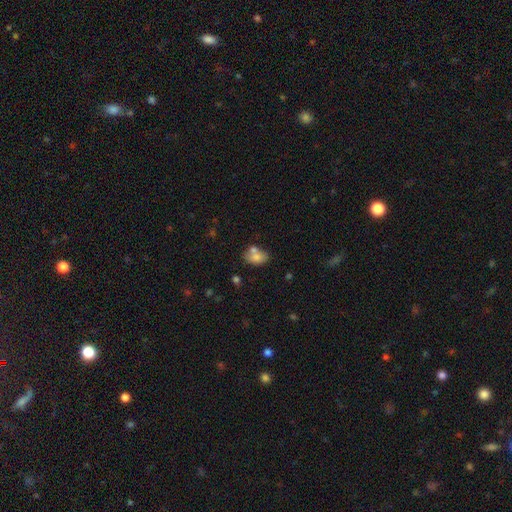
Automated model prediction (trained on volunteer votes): A smooth galaxy with no disk features (75%) that is in between round and cigar-shaped (84%). Merging: none (48%).